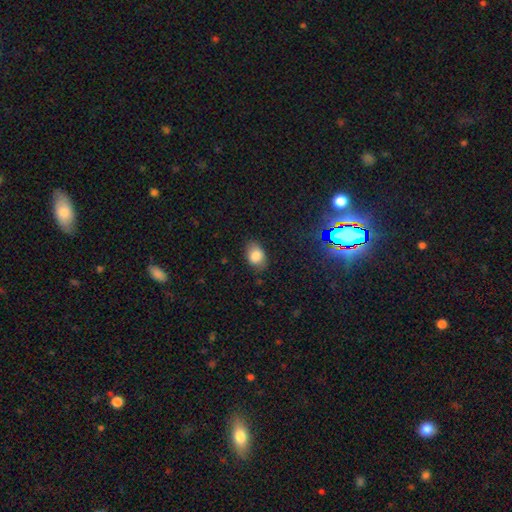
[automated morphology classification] Overall: smooth (82%). How rounded: in between (77%). Merging: none (76%).